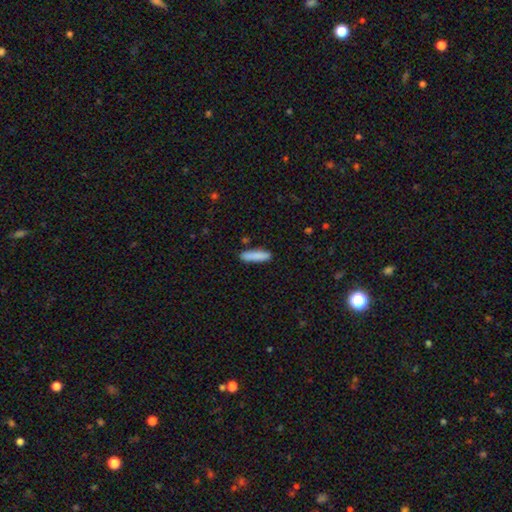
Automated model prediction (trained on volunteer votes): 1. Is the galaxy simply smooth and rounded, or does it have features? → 87% smooth, 7% featured or disk, 6% star or artifact.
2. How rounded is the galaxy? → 75% cigar-shaped, 23% in between, 2% round.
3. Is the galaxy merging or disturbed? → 87% none, 9% minor disturbance, 2% merger, 2% major disturbance.